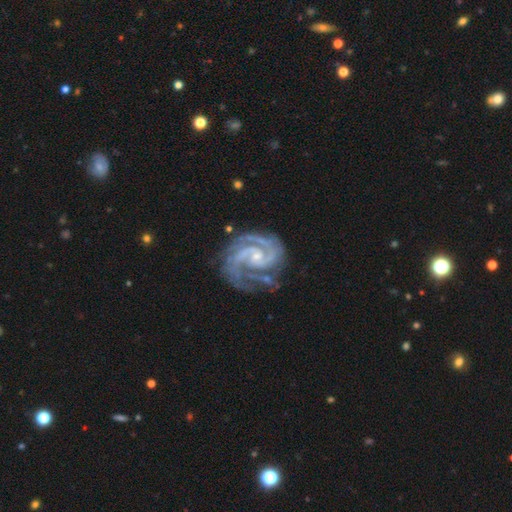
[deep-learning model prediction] smooth-or-featured: featured or disk: 94% | star or artifact: 4% | smooth: 2%
  disk-edge-on: no: 98% | yes: 2%
    bar: no: 55% | weak: 35% | strong: 11%
    has-spiral-arms: yes: 99% | no: 1%
      spiral-winding: tight: 52% | medium: 43% | loose: 5%
      spiral-arm-count: 2: 69% | 3: 17% | can't tell: 5% | 4: 3% | 1: 3% | more than 4: 3%
    bulge-size: small: 72% | moderate: 22% | none: 4% | large: 1% | dominant: 1%
  merging: none: 67% | minor disturbance: 21% | major disturbance: 10% | merger: 3%